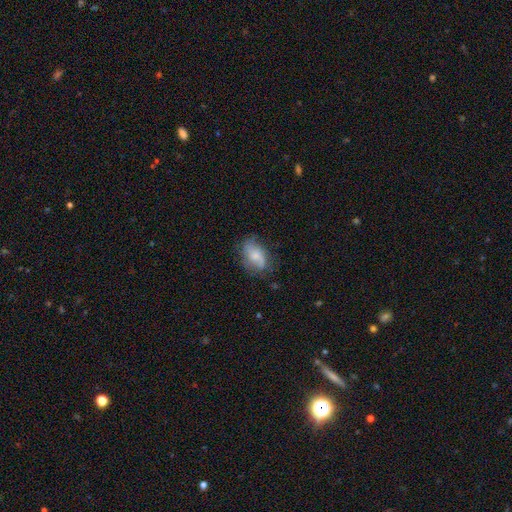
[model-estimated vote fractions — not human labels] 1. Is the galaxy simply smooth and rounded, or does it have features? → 57% smooth, 35% featured or disk, 8% star or artifact.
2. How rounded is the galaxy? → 86% in between, 12% round, 2% cigar-shaped.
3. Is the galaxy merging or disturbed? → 60% none, 27% minor disturbance, 11% major disturbance, 2% merger.